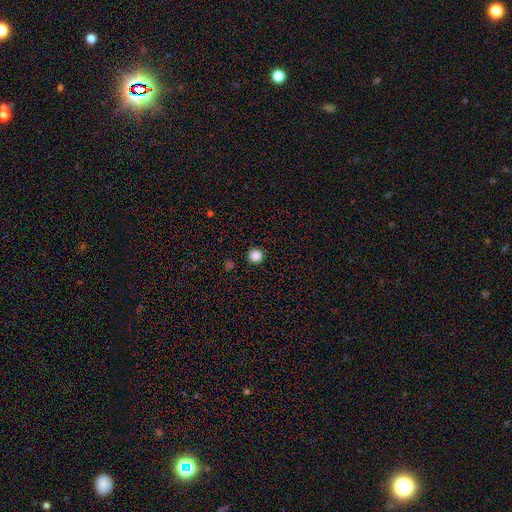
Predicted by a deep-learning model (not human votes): Smooth or featured? Predicted: smooth (p=0.86). How rounded? Predicted: round (p=0.95). Merging? Predicted: none (p=0.93).